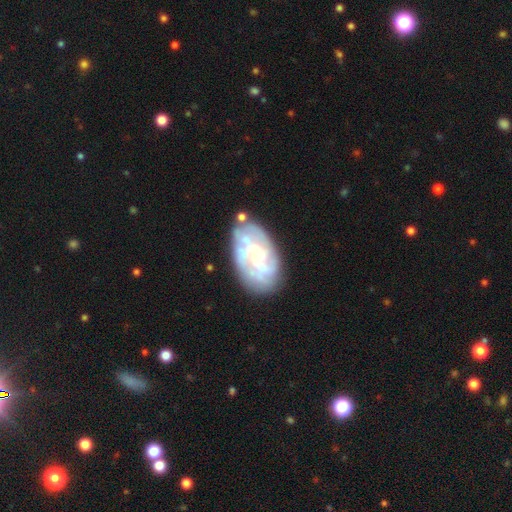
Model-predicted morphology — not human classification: type=featured or disk (72%); edge-on=no (96%); bar=no (69%); spiral arms=yes (71%); bulge=small (51%); merging=none (66%).